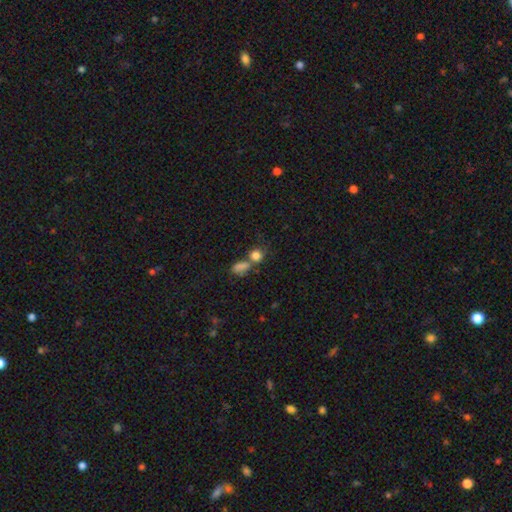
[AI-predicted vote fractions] Smooth or featured? smooth (80%)
How rounded? round (71%)
Merging? merger (43%)